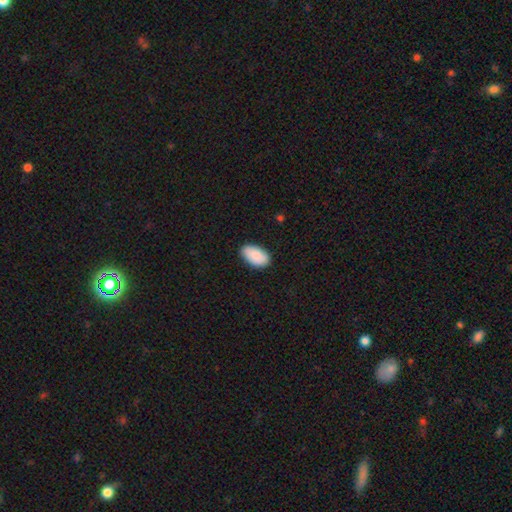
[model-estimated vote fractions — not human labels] Smooth or featured? smooth (87%)
How rounded? in between (95%)
Merging? none (83%)